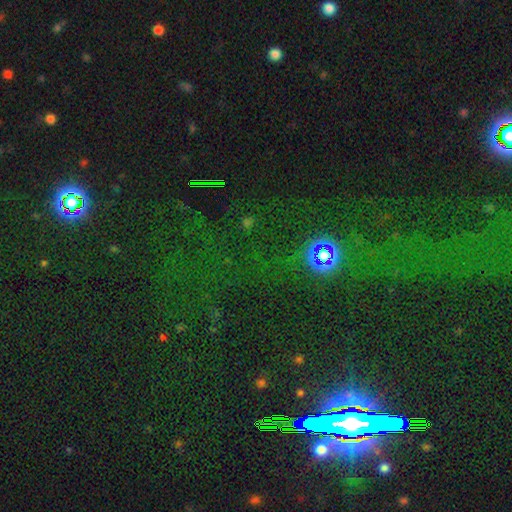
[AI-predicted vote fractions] Smooth or featured: star or artifact — 70% (smooth — 22%)